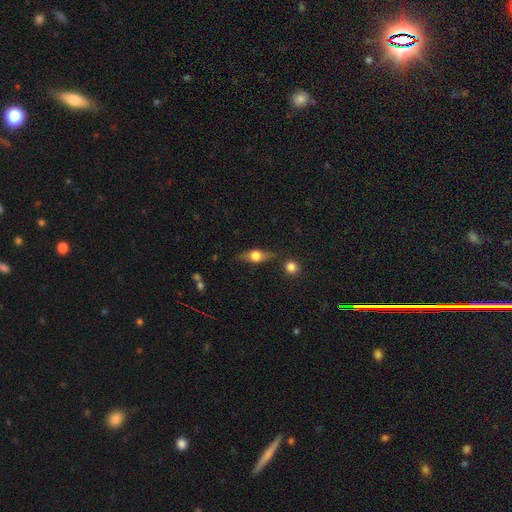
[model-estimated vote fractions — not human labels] A featured or disk galaxy (50%).

Vote fractions:
- Smooth or featured? featured or disk: 50% / smooth: 42% / star or artifact: 8%
- Merging? none: 75% / minor disturbance: 15% / merger: 5% / major disturbance: 5%